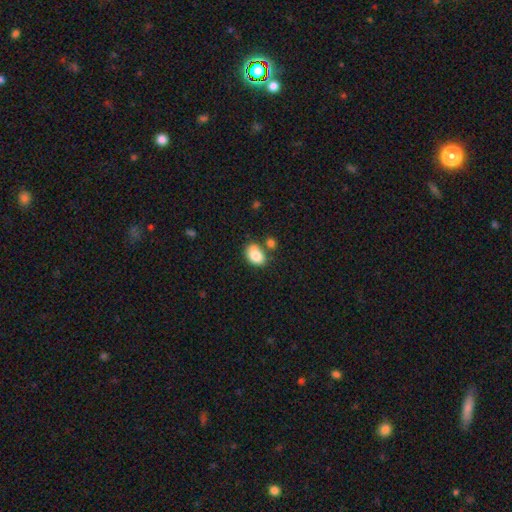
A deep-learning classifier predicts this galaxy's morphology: smooth-or-featured: smooth: 83% | featured or disk: 9% | star or artifact: 8%
  how-rounded: in between: 79% | round: 20% | cigar-shaped: 1%
  merging: none: 57% | minor disturbance: 19% | merger: 18% | major disturbance: 5%